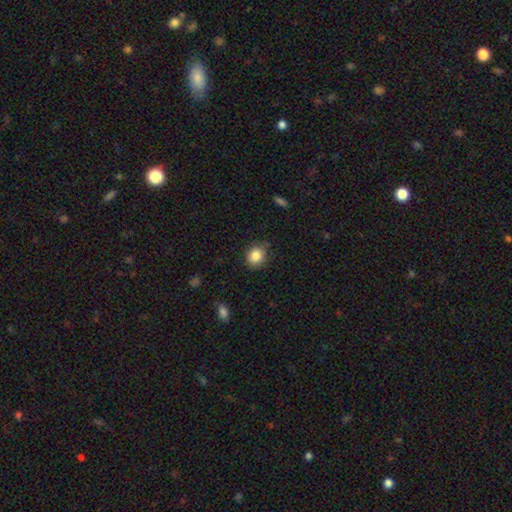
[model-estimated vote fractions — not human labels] This appears to be a smooth galaxy with no disk features (85%) that is round (70%). Merging: none (78%).